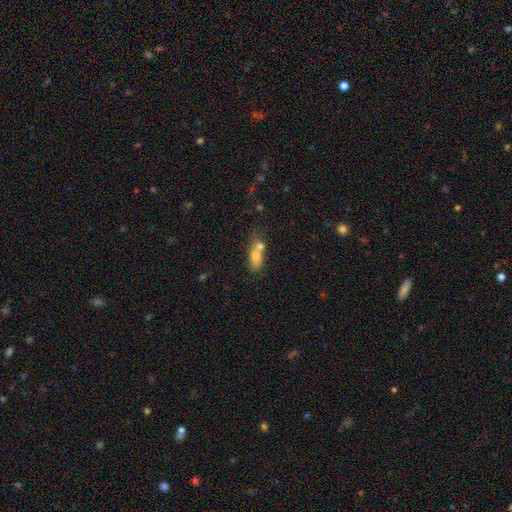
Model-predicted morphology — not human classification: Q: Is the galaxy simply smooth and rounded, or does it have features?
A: smooth — 70%.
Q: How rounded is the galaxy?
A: in between — 72%.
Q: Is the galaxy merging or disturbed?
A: merger — 55%.